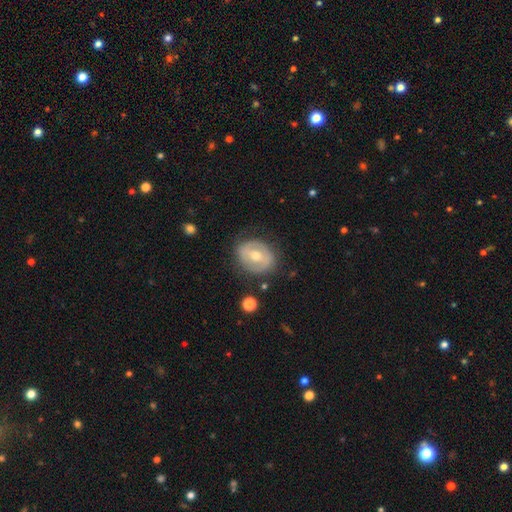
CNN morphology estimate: A featured or disk galaxy (58%) with no bar (40%), no spiral arms (57%) and a moderate central bulge (70%). Merging: none (79%).